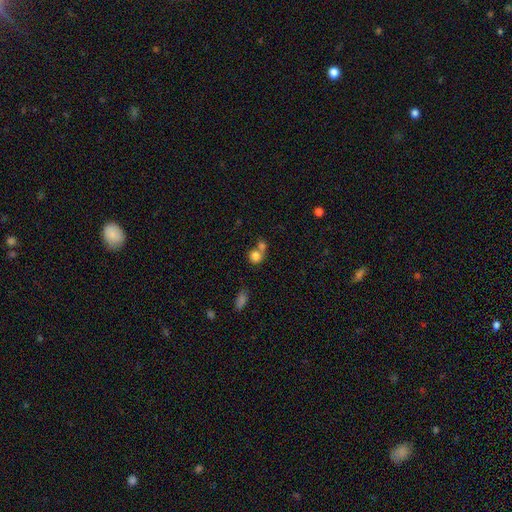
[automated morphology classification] smooth_or_featured: smooth (p=0.80) [alt: star or artifact p=0.10]
how_rounded: round (p=0.76) [alt: in between p=0.23]
merging: merger (p=0.50) [alt: none p=0.38]